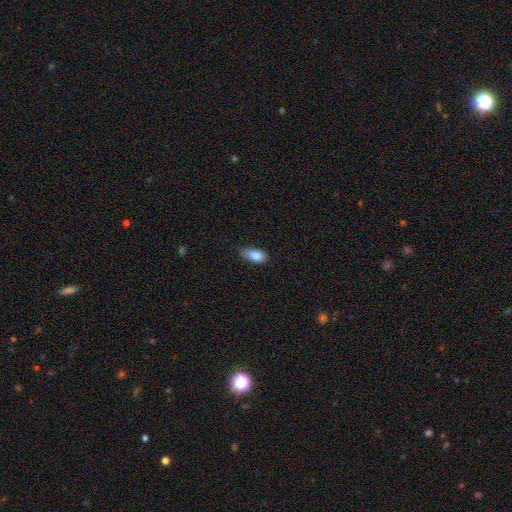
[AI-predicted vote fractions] This is clearly a smooth galaxy (85%). How rounded: clearly in between (87%). Merging: likely none (63%).